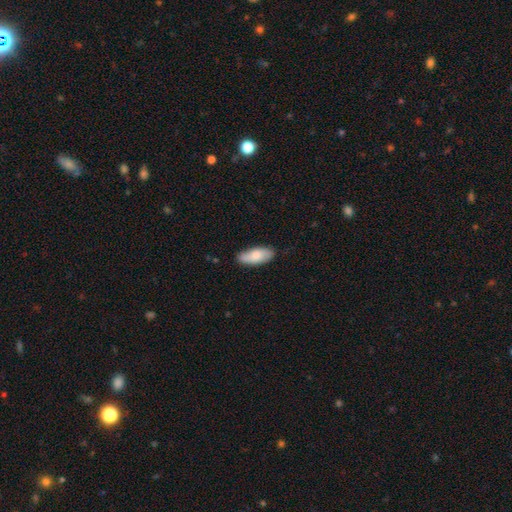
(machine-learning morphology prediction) smooth 75%, featured or disk 19%, star or artifact 6%. Down the decision tree: how rounded — in between (83%); merging — none (81%).